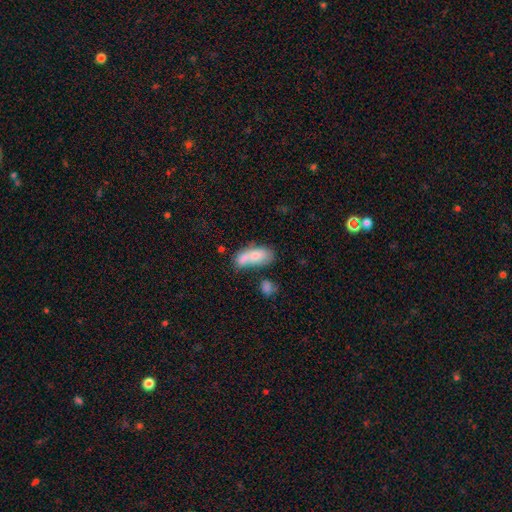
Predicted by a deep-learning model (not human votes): Q: Smooth or featured?
A: smooth (73%); runner-up: featured or disk (19%)
Q: How rounded?
A: in between (83%); runner-up: cigar-shaped (11%)
Q: Merging?
A: merger (49%); runner-up: none (28%)